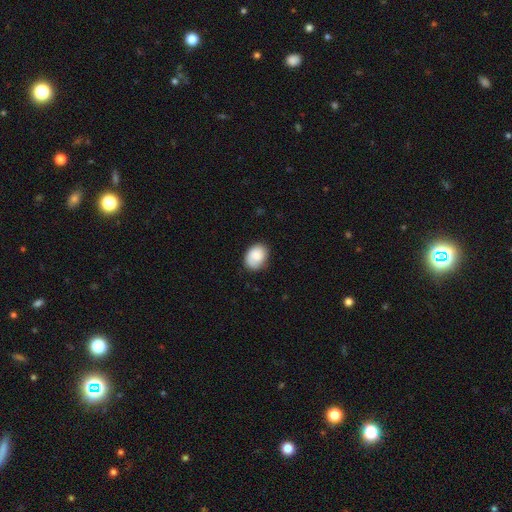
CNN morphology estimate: This is clearly a smooth galaxy (82%). How rounded: likely in between (64%). Merging: likely none (75%).